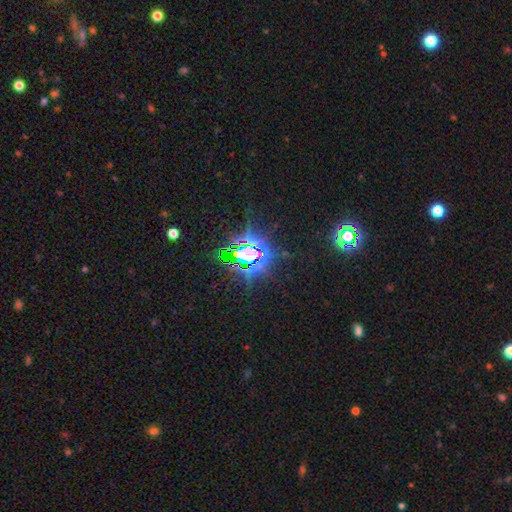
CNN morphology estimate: A star or artifact, not a galaxy (84%).